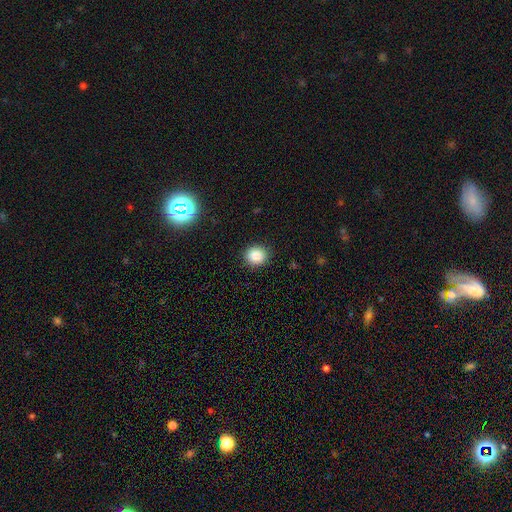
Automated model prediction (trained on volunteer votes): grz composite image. It shows a smooth galaxy with no disk features (86%) that is round (77%). Merging: none (89%).